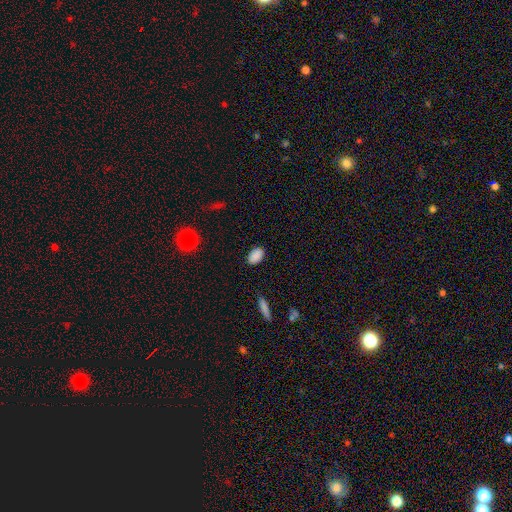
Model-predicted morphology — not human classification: Smooth or featured? smooth (88%)
How rounded? in between (87%)
Merging? none (87%)